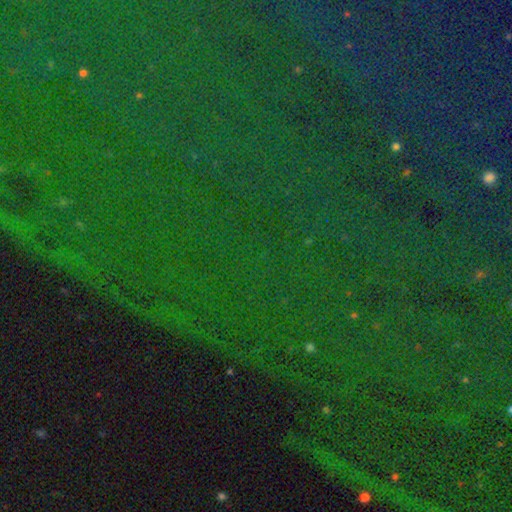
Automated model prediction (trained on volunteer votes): Smooth or featured: star or artifact — 84% (smooth — 9%)